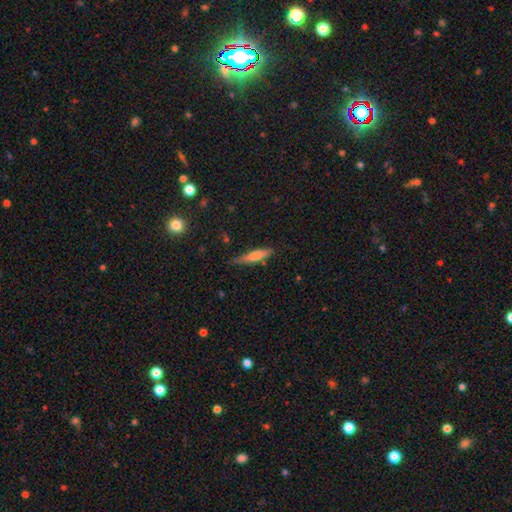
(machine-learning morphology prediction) Smooth or featured? Predicted: smooth (p=0.71). How rounded? Predicted: cigar-shaped (p=0.80). Merging? Predicted: none (p=0.73).